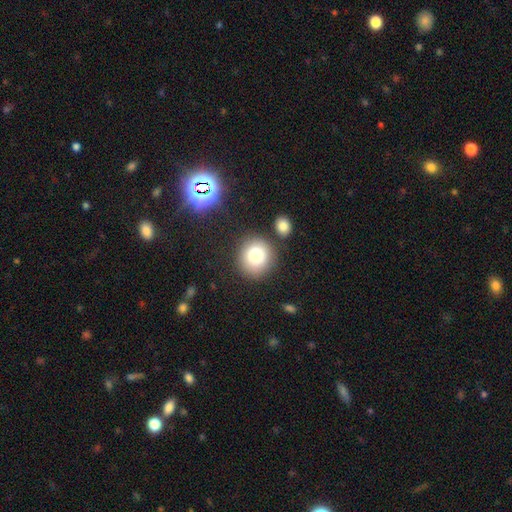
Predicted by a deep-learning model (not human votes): Overall: smooth (81%). How rounded: round (86%). Merging: none (79%).